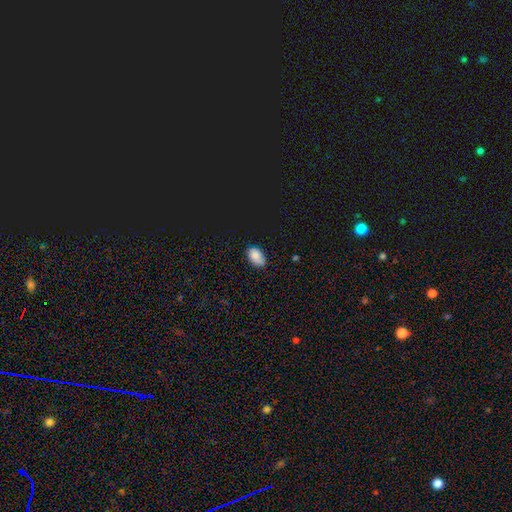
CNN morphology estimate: This is clearly a smooth galaxy (84%). How rounded: clearly in between (91%). Merging: likely none (78%).